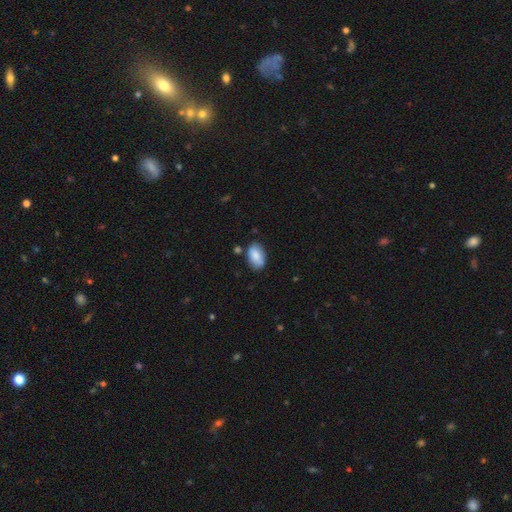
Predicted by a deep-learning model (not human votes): smooth-or-featured: smooth: 83% | featured or disk: 10% | star or artifact: 7%
  how-rounded: in between: 93% | round: 5% | cigar-shaped: 2%
  merging: none: 75% | minor disturbance: 17% | merger: 5% | major disturbance: 3%